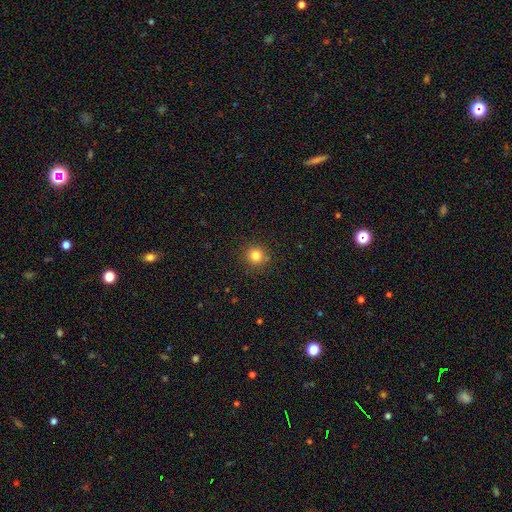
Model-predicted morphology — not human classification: smooth-or-featured: smooth: 81% | star or artifact: 13% | featured or disk: 5%
  how-rounded: round: 94% | in between: 5% | cigar-shaped: 1%
  merging: none: 88% | minor disturbance: 7% | major disturbance: 2% | merger: 2%